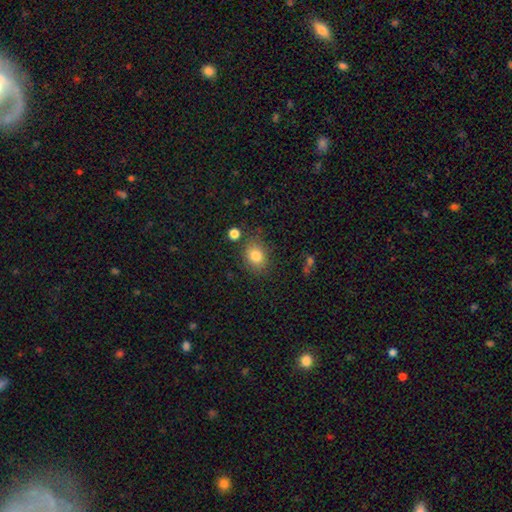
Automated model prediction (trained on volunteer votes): smooth 81%, star or artifact 11%, featured or disk 8%. Down the decision tree: how rounded — round (54%); merging — none (79%).